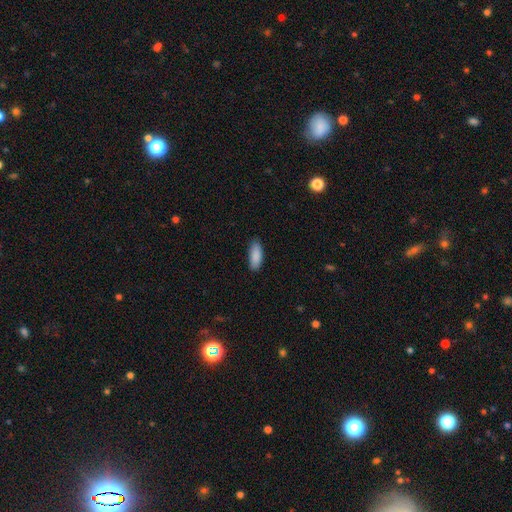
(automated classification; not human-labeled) Smooth or featured: smooth — 90% (star or artifact — 6%)
How rounded: in between — 77% (cigar-shaped — 21%)
Merging: none — 84% (minor disturbance — 13%)